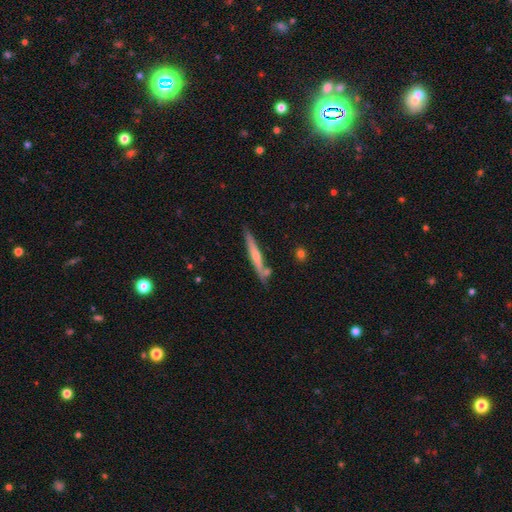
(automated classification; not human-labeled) Smooth or featured?
  - featured or disk: 49% *
  - smooth: 45%
  - star or artifact: 6%
Merging?
  - none: 74% *
  - minor disturbance: 15%
  - merger: 8%
  - major disturbance: 3%